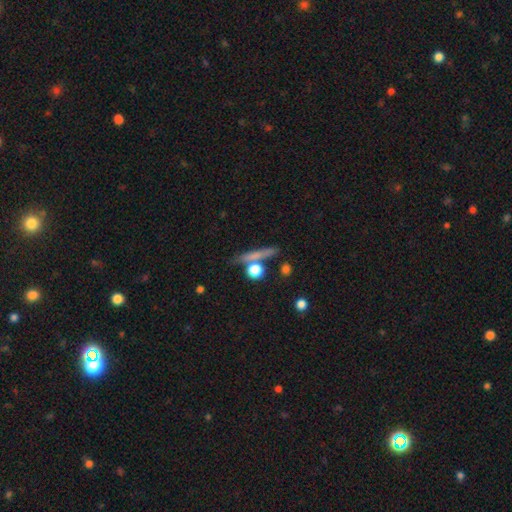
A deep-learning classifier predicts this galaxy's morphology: smooth-or-featured: smooth: 61% | featured or disk: 28% | star or artifact: 11%
  how-rounded: cigar-shaped: 66% | round: 24% | in between: 11%
  merging: none: 71% | merger: 12% | minor disturbance: 12% | major disturbance: 5%